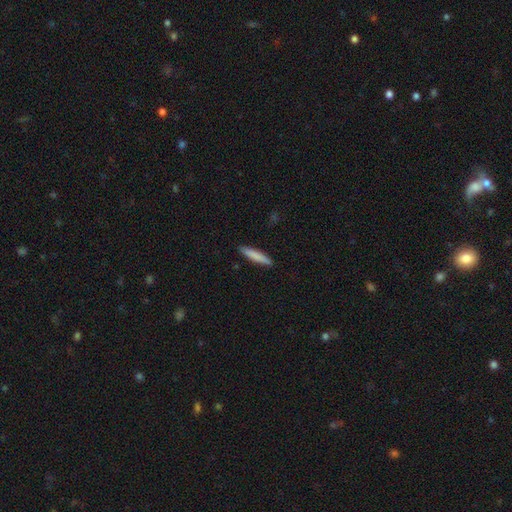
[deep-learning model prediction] The model was most divided on "smooth or featured": smooth: 81%, featured or disk: 13%, star or artifact: 5%. More confident: how rounded — cigar-shaped (91%); merging — none (90%).